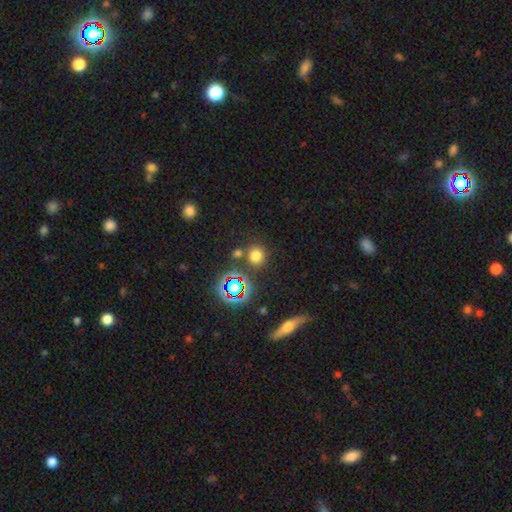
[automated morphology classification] type=smooth (69%); roundness=round (87%); merging=none (78%).